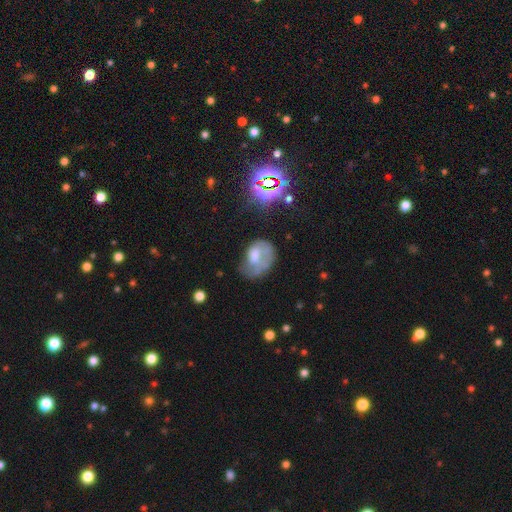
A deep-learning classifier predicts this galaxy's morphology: smooth_or_featured: smooth (p=0.51) [alt: featured or disk p=0.35]
how_rounded: in between (p=0.68) [alt: round p=0.31]
merging: major disturbance (p=0.35) [alt: none p=0.31]